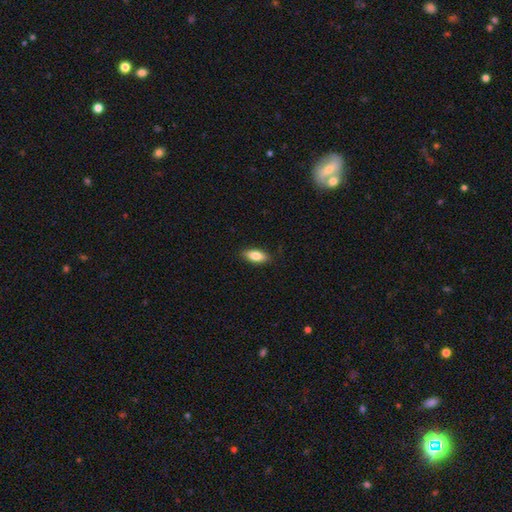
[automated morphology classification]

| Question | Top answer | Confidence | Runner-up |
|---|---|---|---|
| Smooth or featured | smooth | 81% | featured or disk (12%) |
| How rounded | in between | 83% | cigar-shaped (15%) |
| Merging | none | 87% | minor disturbance (10%) |